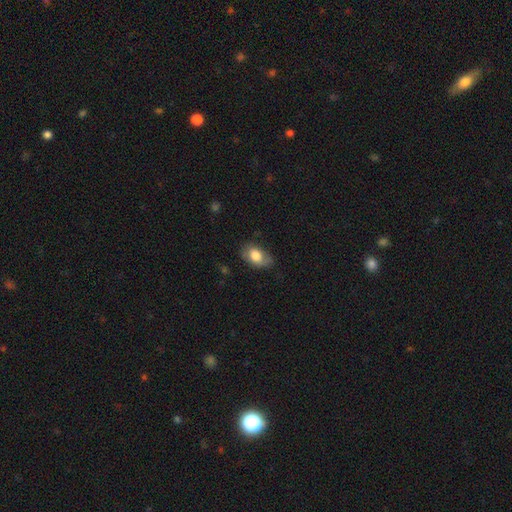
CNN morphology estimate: Smooth or featured? Predicted: smooth (p=0.77). How rounded? Predicted: in between (p=0.89). Merging? Predicted: none (p=0.68).